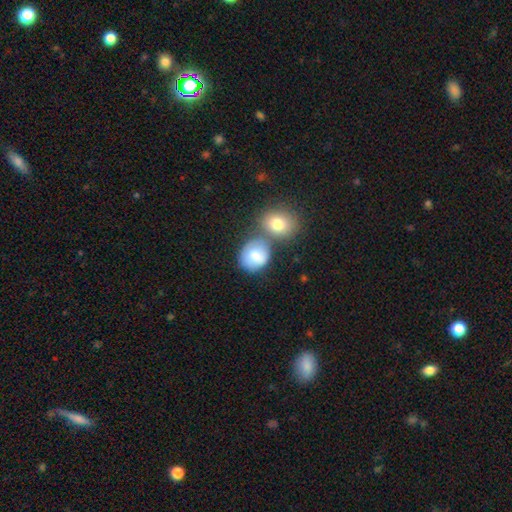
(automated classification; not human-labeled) Morphology: type=smooth (77%); roundness=round (63%); merging=none (45%).